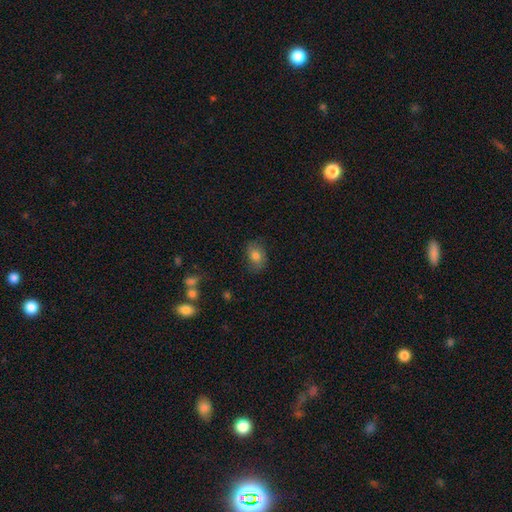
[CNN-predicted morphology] type=smooth (78%); roundness=in between (73%); merging=none (79%).